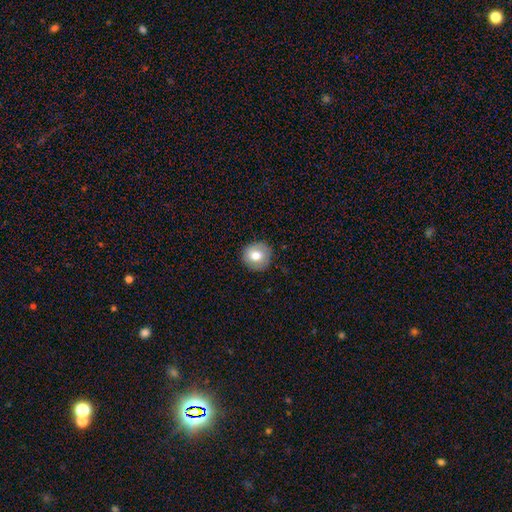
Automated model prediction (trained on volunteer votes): smooth-or-featured: smooth: 76% | featured or disk: 15% | star or artifact: 9%
  how-rounded: round: 90% | in between: 9% | cigar-shaped: 1%
  merging: none: 89% | minor disturbance: 8% | major disturbance: 2% | merger: 1%